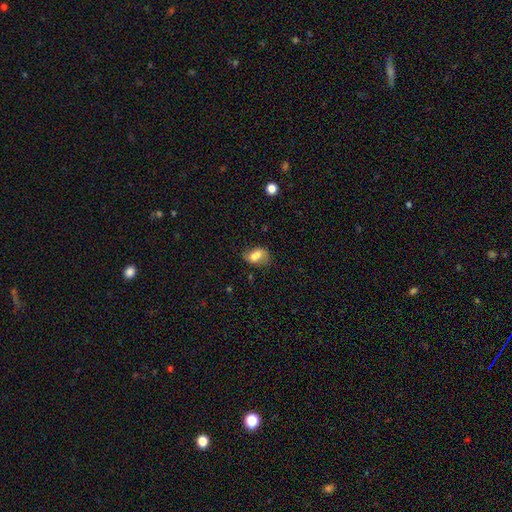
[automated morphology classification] The model was most divided on "merging": merger: 38%, none: 37%, minor disturbance: 17%, major disturbance: 8%. More confident: how rounded — in between (75%); smooth or featured — smooth (67%).